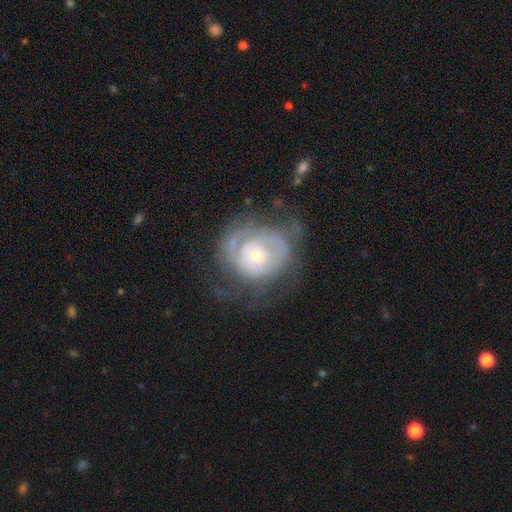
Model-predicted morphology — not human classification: type=featured or disk (77%); edge-on=no (97%); bar=no (79%); spiral arms=yes (82%); winding=tight (65%); arm count=can't tell (42%); bulge=small (62%); merging=none (52%).